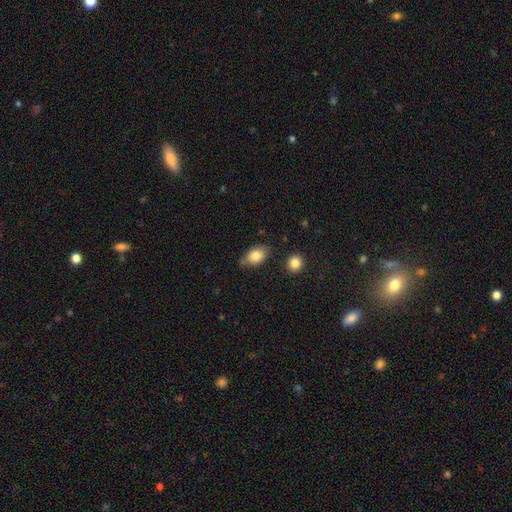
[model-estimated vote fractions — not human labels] The model was most divided on "merging": none: 71%, minor disturbance: 20%, merger: 4%, major disturbance: 4%. More confident: how rounded — in between (83%); smooth or featured — smooth (81%).